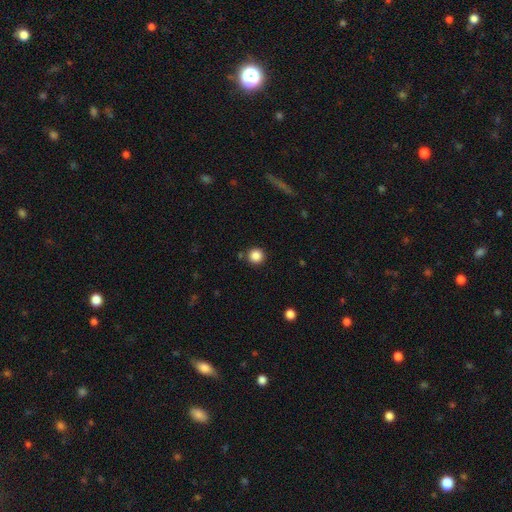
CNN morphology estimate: Overall: smooth (86%). How rounded: round (95%). Merging: none (88%).